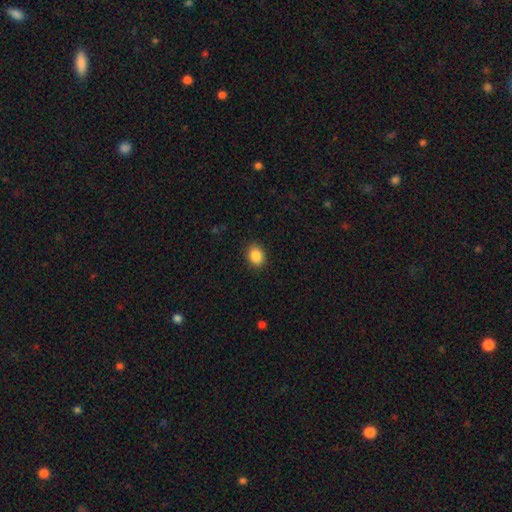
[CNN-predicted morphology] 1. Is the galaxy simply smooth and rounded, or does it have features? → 87% smooth, 9% star or artifact, 4% featured or disk.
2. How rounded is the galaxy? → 62% in between, 37% round, 1% cigar-shaped.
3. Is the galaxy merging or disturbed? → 88% none, 9% minor disturbance, 2% major disturbance, 1% merger.